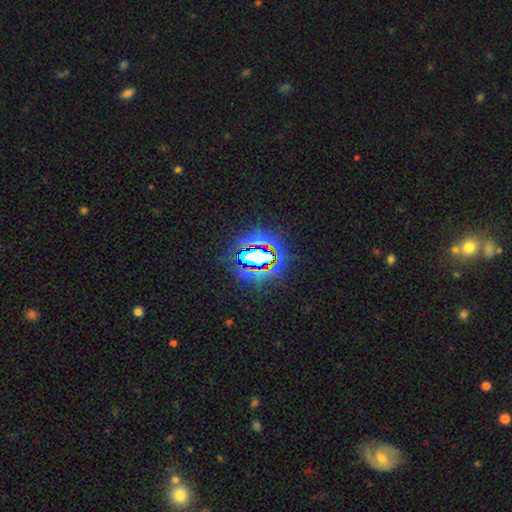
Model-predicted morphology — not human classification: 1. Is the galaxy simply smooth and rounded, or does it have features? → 67% star or artifact, 20% smooth, 13% featured or disk.